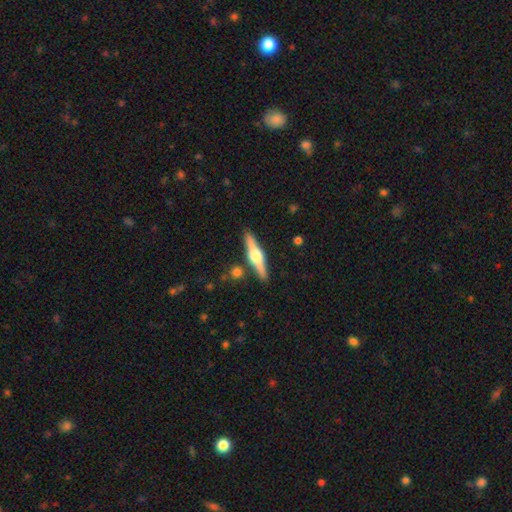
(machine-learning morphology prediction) type=featured or disk (70%); edge-on=yes (97%); edge-on bulge=rounded (93%); merging=none (87%).